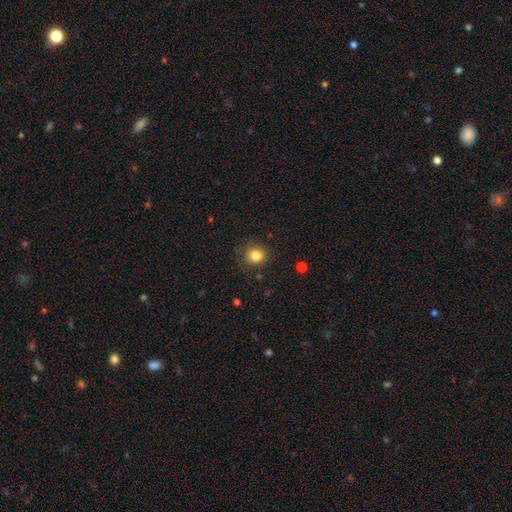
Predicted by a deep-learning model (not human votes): Morphology: type=smooth (82%); roundness=round (83%); merging=none (86%).